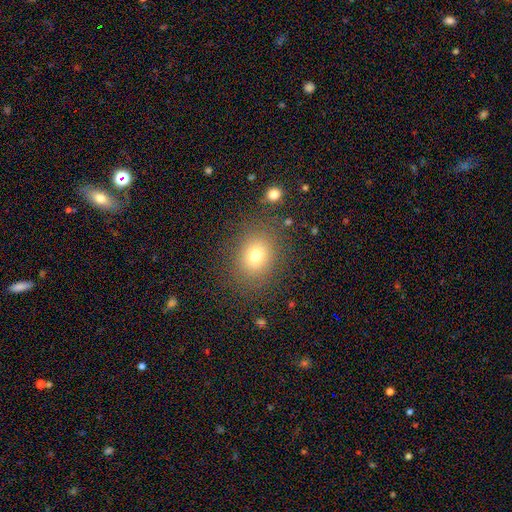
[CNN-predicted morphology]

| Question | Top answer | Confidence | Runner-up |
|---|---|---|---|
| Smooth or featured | smooth | 74% | star or artifact (15%) |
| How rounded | round | 64% | in between (36%) |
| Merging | none | 83% | minor disturbance (10%) |